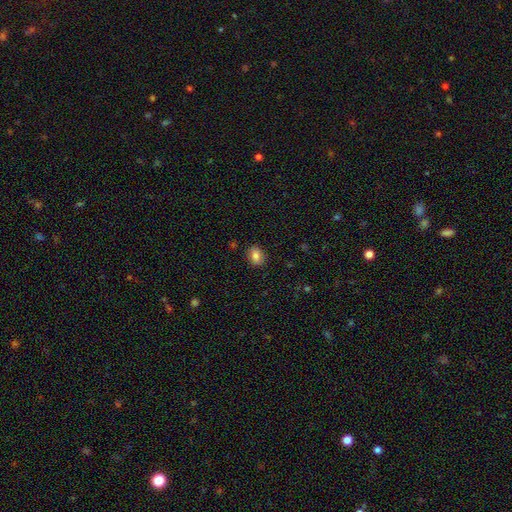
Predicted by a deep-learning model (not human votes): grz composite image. It shows a smooth galaxy with no disk features (82%) that is in between round and cigar-shaped (67%). Merging: none (86%).